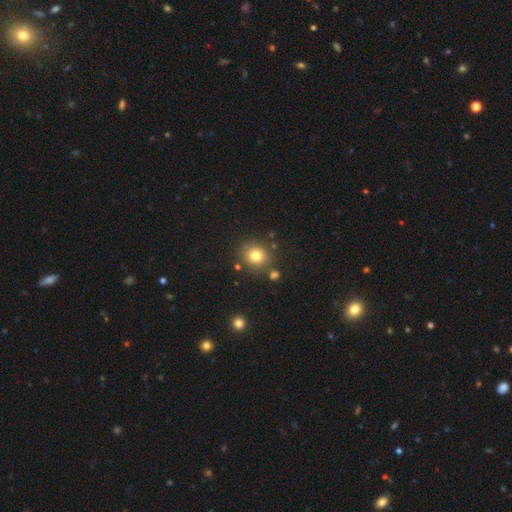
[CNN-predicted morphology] A smooth galaxy with no disk features (79%) that is round (86%). Merging: none (81%).